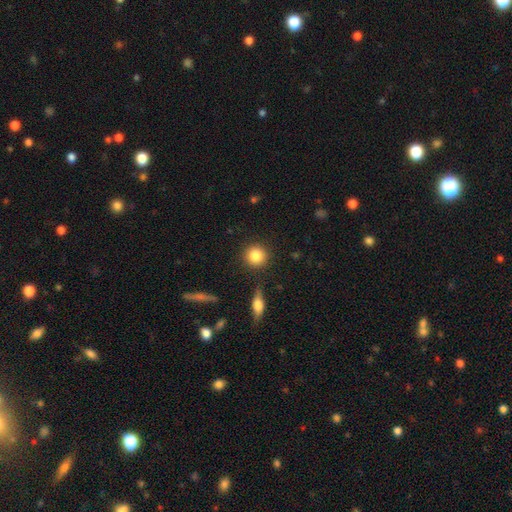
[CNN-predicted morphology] This is clearly a smooth galaxy (85%). How rounded: clearly round (91%). Merging: clearly none (87%).